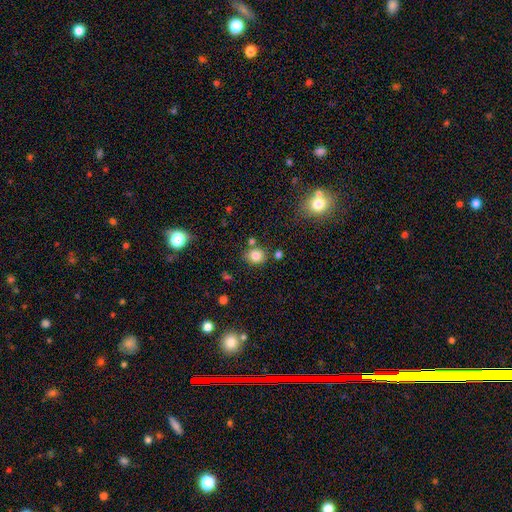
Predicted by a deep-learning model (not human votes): Overall: smooth (82%). How rounded: round (75%). Merging: none (77%).